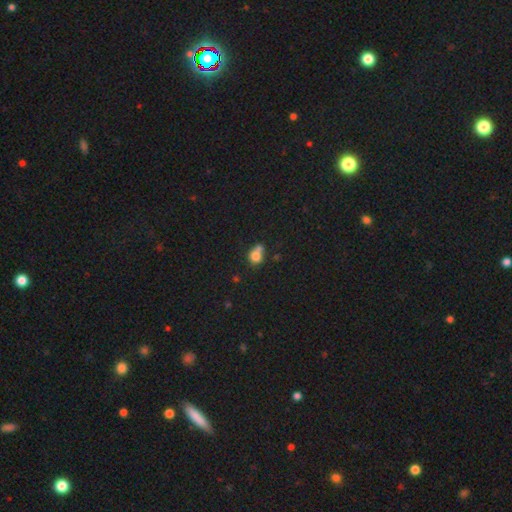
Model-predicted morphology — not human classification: Q: Smooth or featured?
A: smooth (78%); runner-up: star or artifact (12%)
Q: How rounded?
A: round (70%); runner-up: in between (28%)
Q: Merging?
A: merger (44%); runner-up: none (37%)